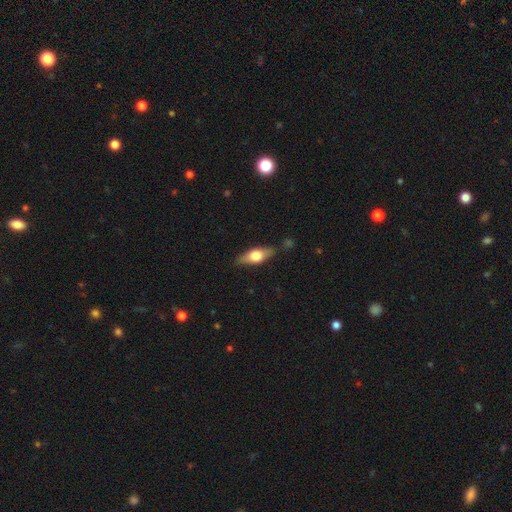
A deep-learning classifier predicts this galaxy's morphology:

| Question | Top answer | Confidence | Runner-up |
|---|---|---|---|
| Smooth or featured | smooth | 53% | featured or disk (41%) |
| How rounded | in between | 67% | cigar-shaped (28%) |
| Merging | none | 79% | minor disturbance (15%) |